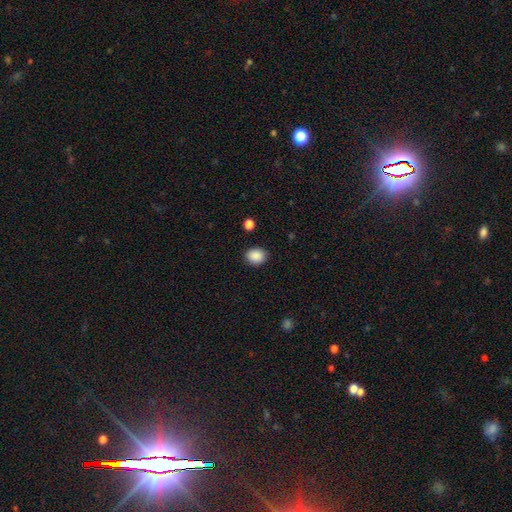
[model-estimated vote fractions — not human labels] Smooth or featured?
  - smooth: 88% *
  - star or artifact: 8%
  - featured or disk: 3%
How rounded?
  - round: 53% *
  - in between: 47%
  - cigar-shaped: 1%
Merging?
  - none: 87% *
  - minor disturbance: 9%
  - major disturbance: 3%
  - merger: 2%